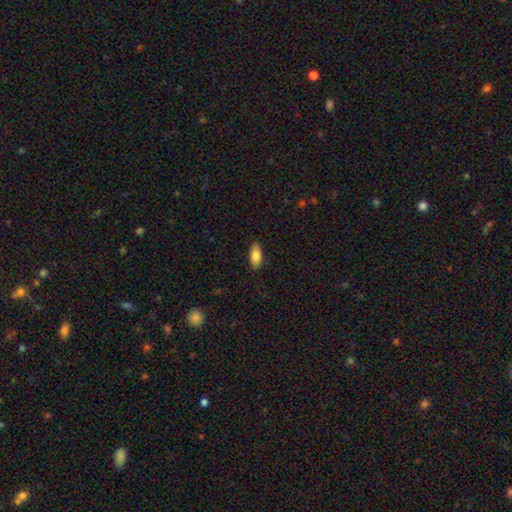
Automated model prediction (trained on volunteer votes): Smooth or featured? Predicted: smooth (p=0.83). How rounded? Predicted: in between (p=0.88). Merging? Predicted: none (p=0.88).